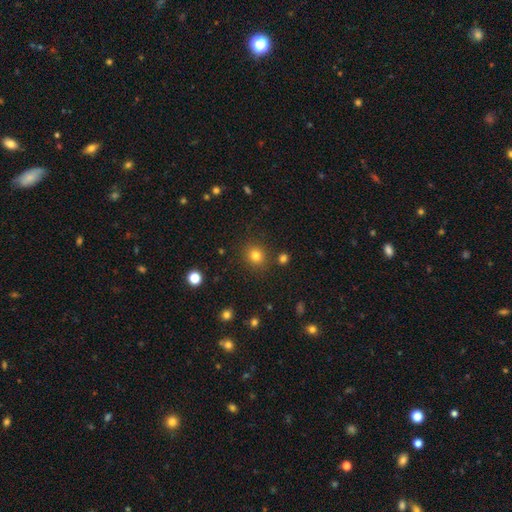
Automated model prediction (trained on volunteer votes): Smooth or featured? Predicted: smooth (p=0.80). How rounded? Predicted: round (p=0.86). Merging? Predicted: none (p=0.86).